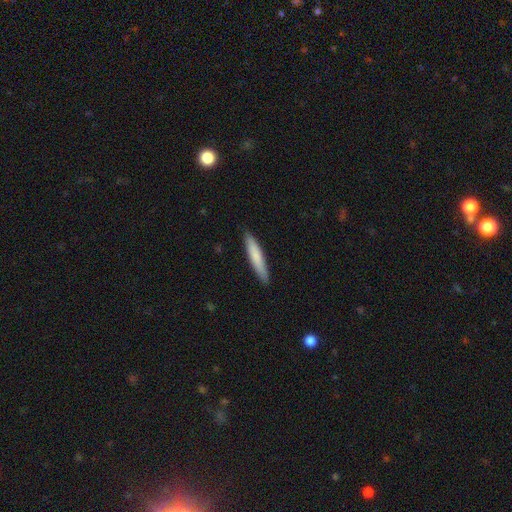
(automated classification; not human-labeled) Smooth or featured? Predicted: smooth (p=0.78). How rounded? Predicted: cigar-shaped (p=0.92). Merging? Predicted: none (p=0.88).